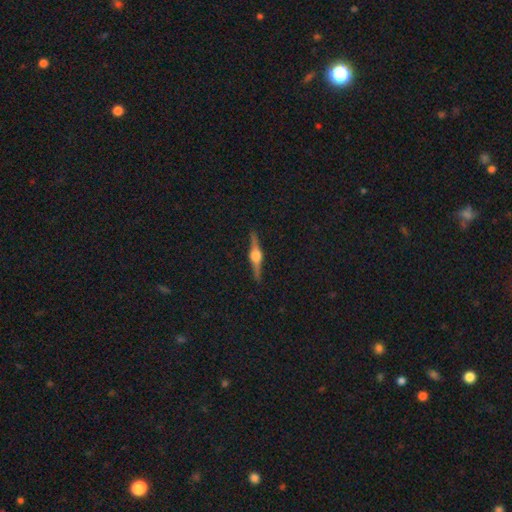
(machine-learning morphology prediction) Overall: featured or disk (85%). Edge-on disk: yes (98%). Edge-on bulge: rounded (95%). Merging: none (92%).